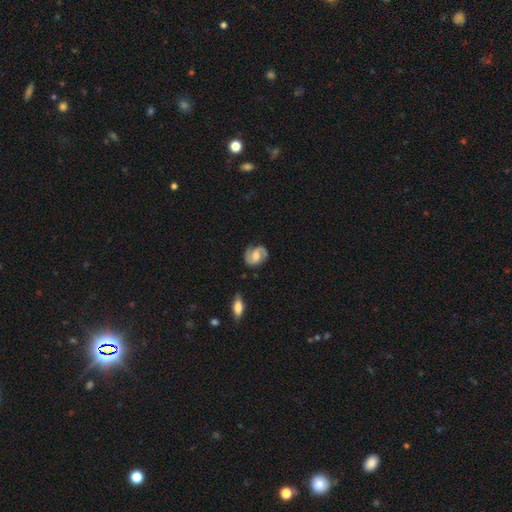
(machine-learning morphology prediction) Overall: featured or disk (79%). Edge-on disk: no (97%). Bar: no (44%; weak 43%). Spiral arms: yes (95%). Spiral arm count: 2 (90%). Spiral winding: medium (49%; tight 33%). Bulge size: moderate (61%). Merging: none (79%).